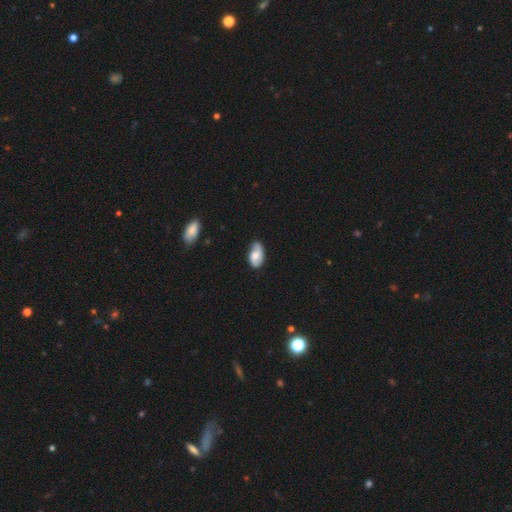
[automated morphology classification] smooth 59%, featured or disk 34%, star or artifact 7%. Down the decision tree: how rounded — in between (93%); merging — none (63%).